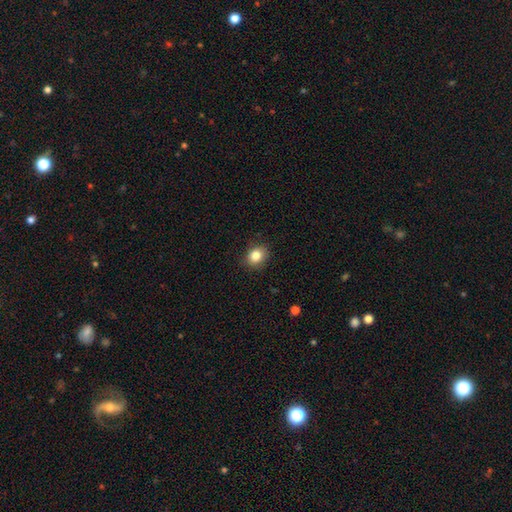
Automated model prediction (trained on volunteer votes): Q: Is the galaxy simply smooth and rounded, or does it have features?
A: smooth — 84%.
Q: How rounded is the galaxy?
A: round — 57%.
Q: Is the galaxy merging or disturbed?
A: none — 87%.